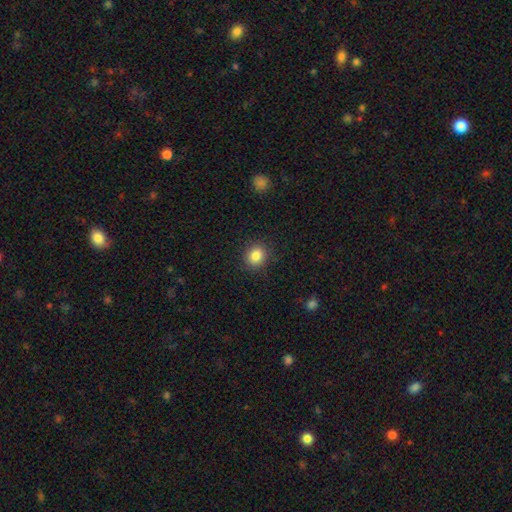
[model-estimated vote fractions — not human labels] Overall: smooth (84%). How rounded: round (76%). Merging: none (89%).